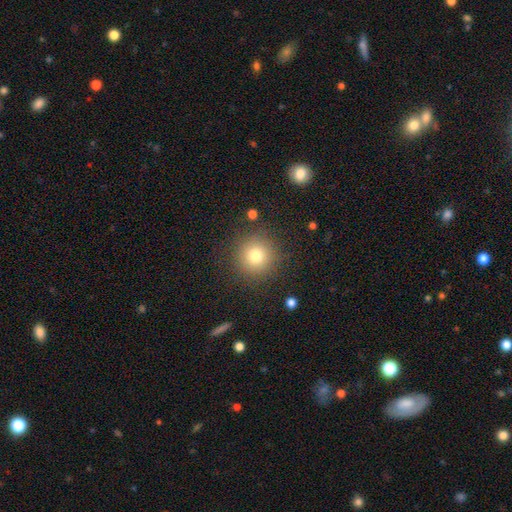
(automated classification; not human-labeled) Smooth or featured?
  - smooth: 77% *
  - star or artifact: 13%
  - featured or disk: 10%
How rounded?
  - round: 94% *
  - in between: 5%
  - cigar-shaped: 1%
Merging?
  - none: 88% *
  - minor disturbance: 7%
  - major disturbance: 3%
  - merger: 2%